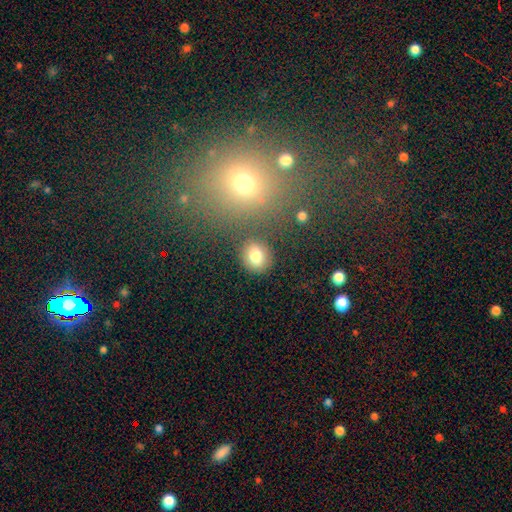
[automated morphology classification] type=smooth (79%); roundness=round (66%); merging=none (82%).